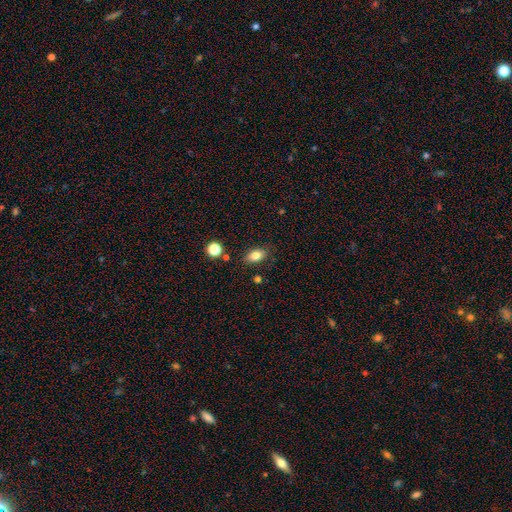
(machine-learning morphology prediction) Overall: smooth (81%). How rounded: in between (86%). Merging: none (83%).